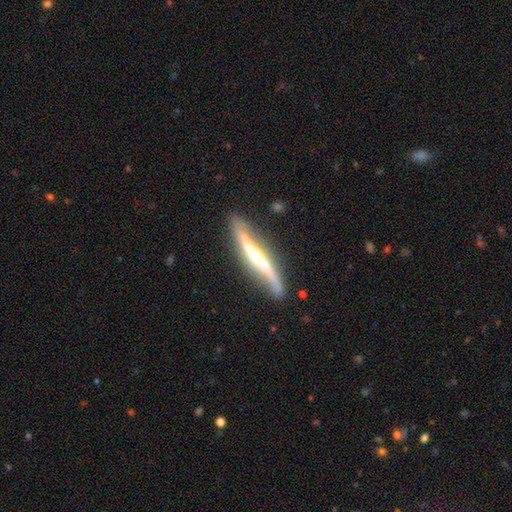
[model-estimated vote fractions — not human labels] This appears to be a featured or disk galaxy (79%) viewed edge-on (83%) with a rounded central bulge (80%). Merging: none (77%).